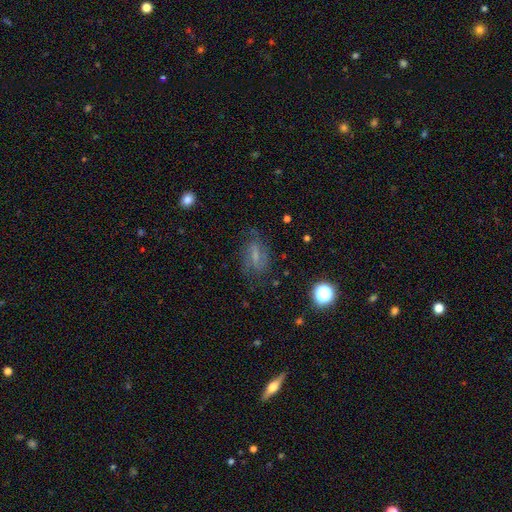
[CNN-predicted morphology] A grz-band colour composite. It shows a featured or disk galaxy (58%) with a weak bar (46%), spiral arms (84%) and a small central bulge (38%). Merging: none (69%).